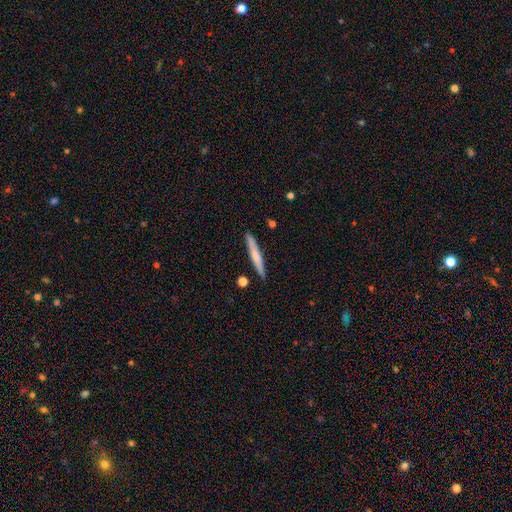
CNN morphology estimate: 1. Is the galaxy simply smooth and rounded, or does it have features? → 60% smooth, 35% featured or disk, 6% star or artifact.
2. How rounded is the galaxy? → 96% cigar-shaped, 3% in between, 1% round.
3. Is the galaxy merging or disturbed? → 89% none, 8% minor disturbance, 2% merger, 1% major disturbance.